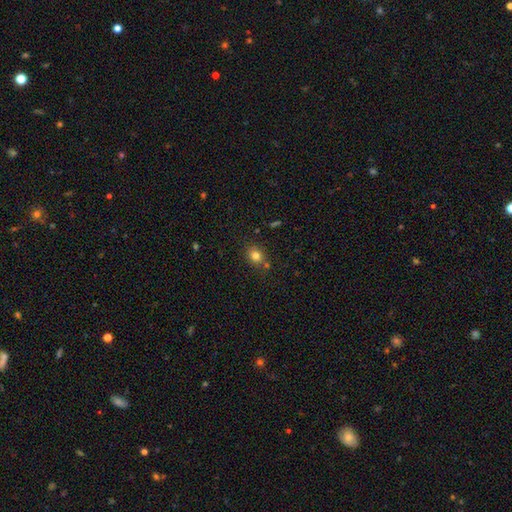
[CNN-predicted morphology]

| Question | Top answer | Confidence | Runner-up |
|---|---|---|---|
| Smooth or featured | smooth | 80% | star or artifact (13%) |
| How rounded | round | 66% | in between (33%) |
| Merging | none | 72% | minor disturbance (13%) |